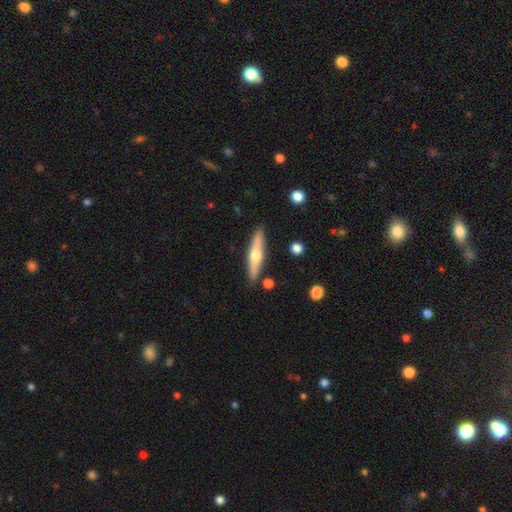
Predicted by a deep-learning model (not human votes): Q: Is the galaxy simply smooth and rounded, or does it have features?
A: featured or disk — 58%.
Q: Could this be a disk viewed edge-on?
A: yes — 94%.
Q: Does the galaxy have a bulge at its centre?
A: rounded — 93%.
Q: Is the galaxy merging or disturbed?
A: none — 87%.